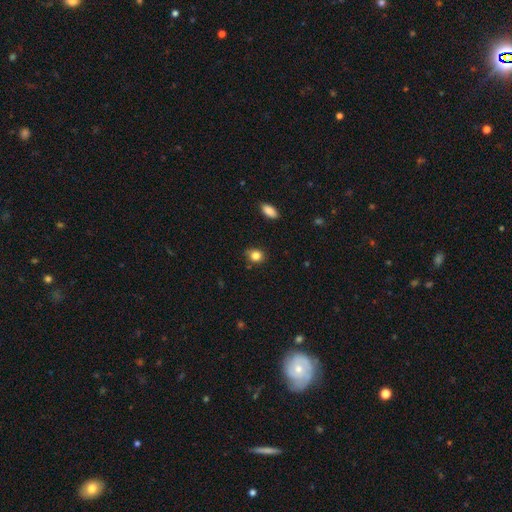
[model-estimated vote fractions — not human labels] Morphology: type=smooth (83%); roundness=round (71%); merging=none (75%).